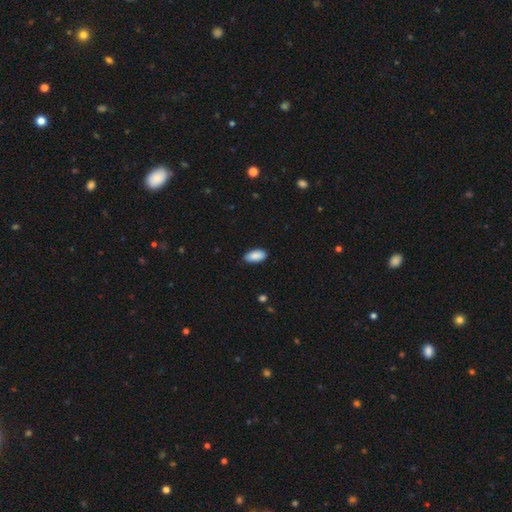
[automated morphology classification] A smooth galaxy with no disk features (89%) that is in between round and cigar-shaped (93%). Merging: none (86%).